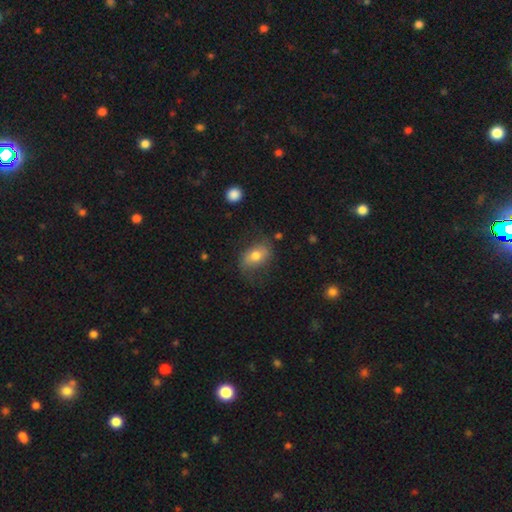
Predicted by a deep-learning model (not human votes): This is likely a smooth galaxy (63%). How rounded: clearly in between (80%). Merging: likely none (63%).